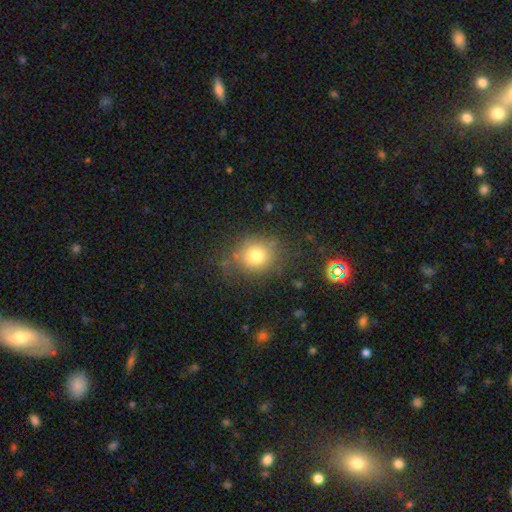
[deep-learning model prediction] smooth 77%, star or artifact 13%, featured or disk 10%. Down the decision tree: how rounded — round (79%); merging — none (77%).